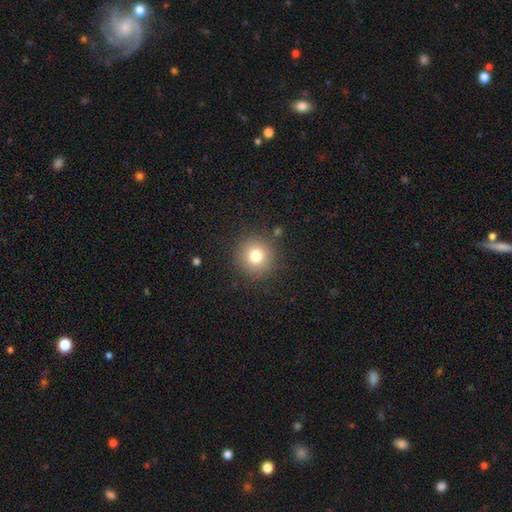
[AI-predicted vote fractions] This is likely a smooth galaxy (77%). How rounded: clearly round (95%). Merging: clearly none (88%).